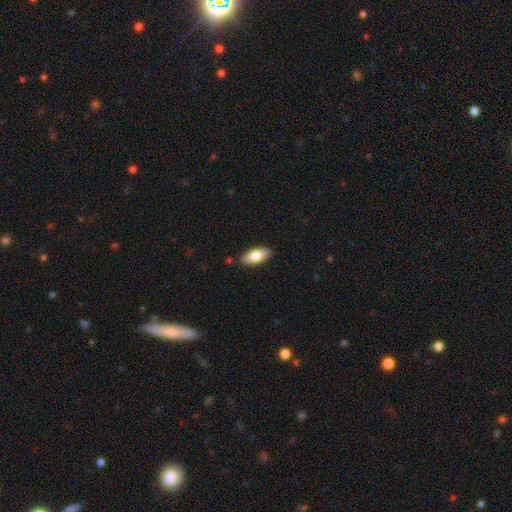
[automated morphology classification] Overall: smooth (80%). How rounded: in between (88%). Merging: none (87%).